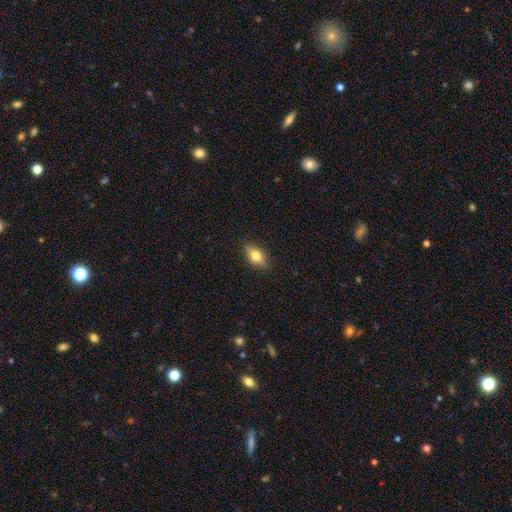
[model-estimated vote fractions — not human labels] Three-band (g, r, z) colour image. It shows a smooth galaxy with no disk features (71%) that is in between round and cigar-shaped (82%). Merging: none (84%).